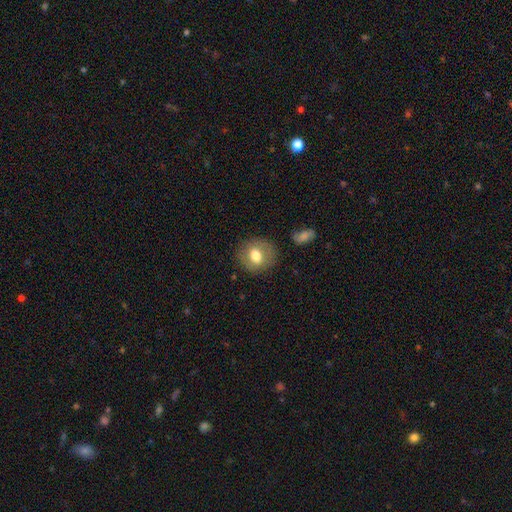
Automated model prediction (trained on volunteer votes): Smooth or featured: smooth — 70% (featured or disk — 21%)
How rounded: round — 69% (in between — 30%)
Merging: none — 82% (minor disturbance — 12%)